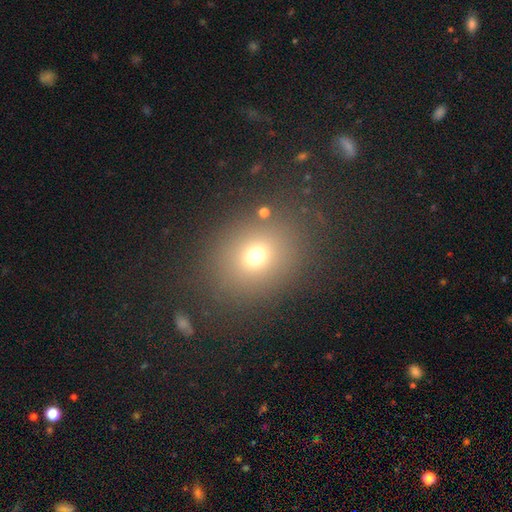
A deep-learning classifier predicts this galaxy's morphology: smooth 69%, star or artifact 22%, featured or disk 10%. Down the decision tree: how rounded — round (70%); merging — none (80%).